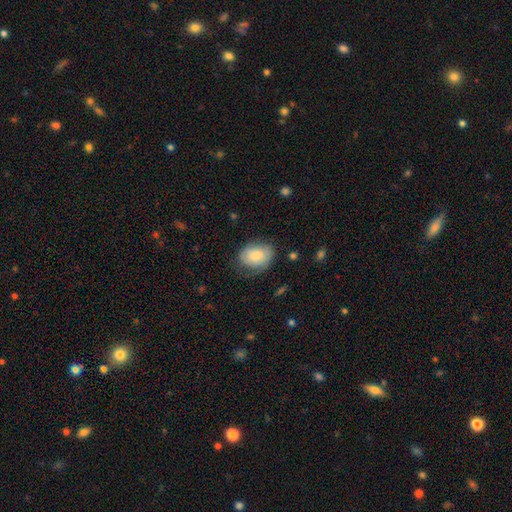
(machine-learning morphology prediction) Overall: smooth (72%). How rounded: in between (71%). Merging: none (61%; minor disturbance 27%).